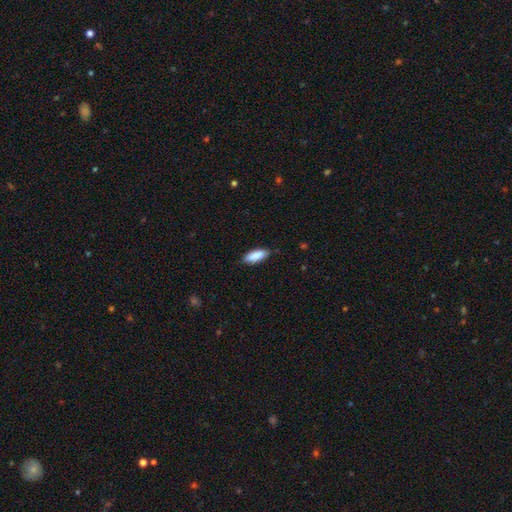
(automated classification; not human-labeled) Smooth or featured?
  - smooth: 89% *
  - star or artifact: 6%
  - featured or disk: 5%
How rounded?
  - in between: 74% *
  - cigar-shaped: 24%
  - round: 2%
Merging?
  - none: 84% *
  - minor disturbance: 12%
  - major disturbance: 2%
  - merger: 1%